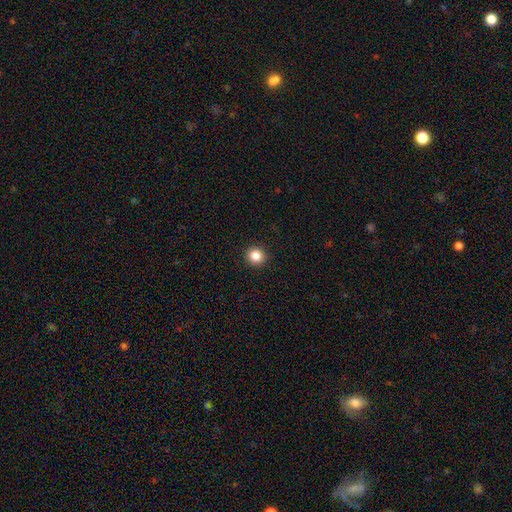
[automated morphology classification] type=smooth (85%); roundness=round (93%); merging=none (93%).